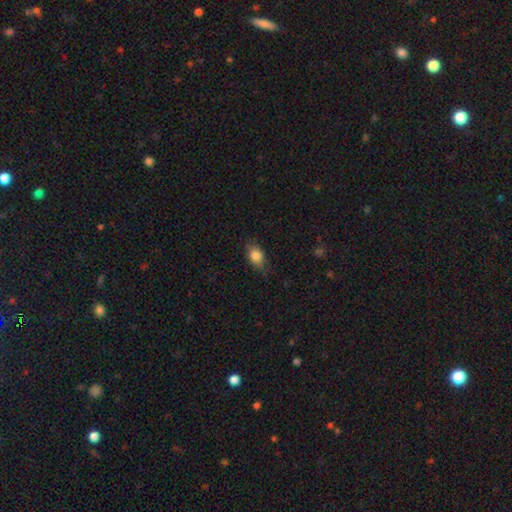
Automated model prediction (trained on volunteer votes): Morphology: type=smooth (82%); roundness=in between (75%); merging=none (73%).